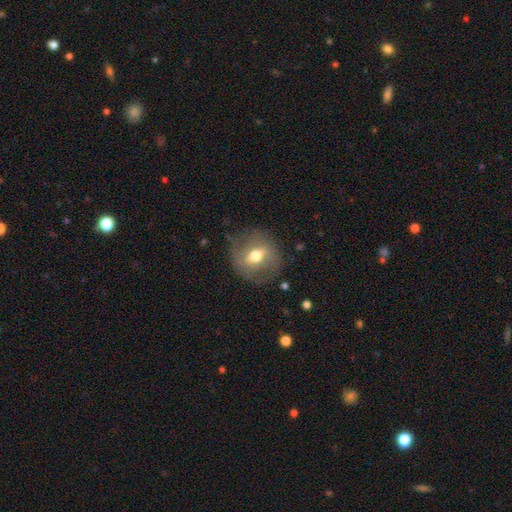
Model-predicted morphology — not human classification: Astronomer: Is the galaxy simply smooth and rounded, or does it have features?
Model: featured or disk — 49% (runner-up: smooth, 42%).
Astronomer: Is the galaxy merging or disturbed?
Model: none — 75%.